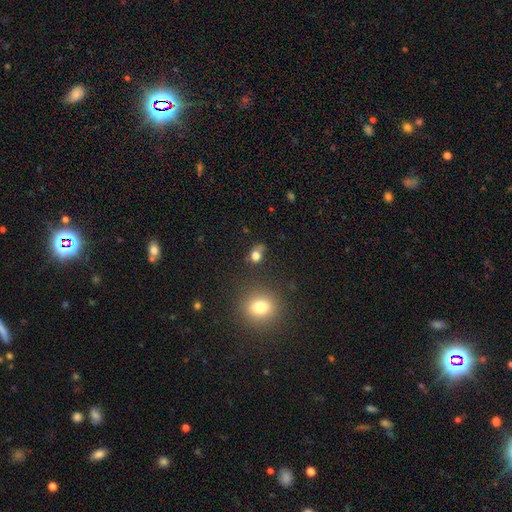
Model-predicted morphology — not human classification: Q: Smooth or featured?
A: smooth (76%); runner-up: star or artifact (15%)
Q: How rounded?
A: round (58%); runner-up: in between (40%)
Q: Merging?
A: none (57%); runner-up: minor disturbance (20%)